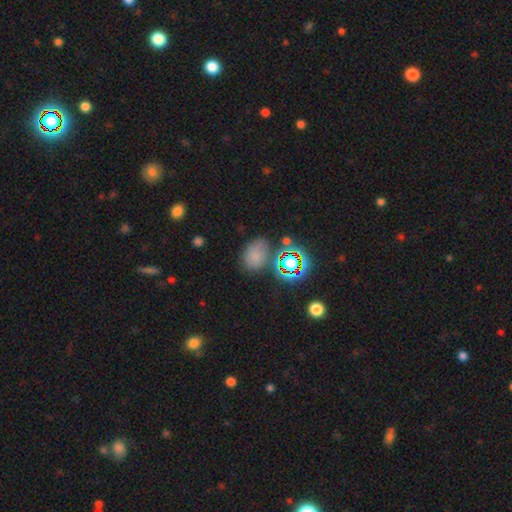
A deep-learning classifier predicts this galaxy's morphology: A smooth galaxy with no disk features (65%) that is in between round and cigar-shaped (71%). Merging: none (69%).